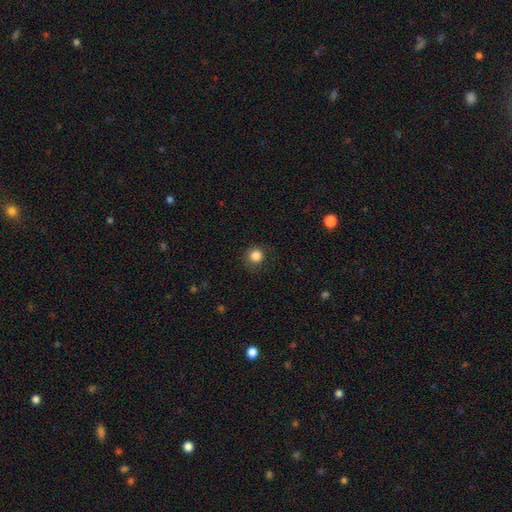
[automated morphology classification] A smooth galaxy with no disk features (85%) that is round (93%).

Vote fractions:
- Smooth or featured? smooth: 85% / star or artifact: 11% / featured or disk: 4%
- How rounded? round: 93% / in between: 6% / cigar-shaped: 1%
- Merging? none: 85% / minor disturbance: 10% / major disturbance: 4% / merger: 1%